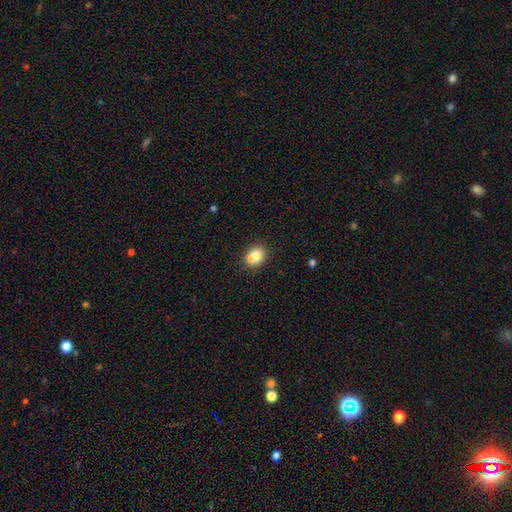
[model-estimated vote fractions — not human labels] Smooth or featured?
  - smooth: 77% *
  - featured or disk: 14%
  - star or artifact: 10%
How rounded?
  - in between: 52% *
  - round: 47%
  - cigar-shaped: 1%
Merging?
  - none: 56% *
  - merger: 28%
  - minor disturbance: 13%
  - major disturbance: 3%